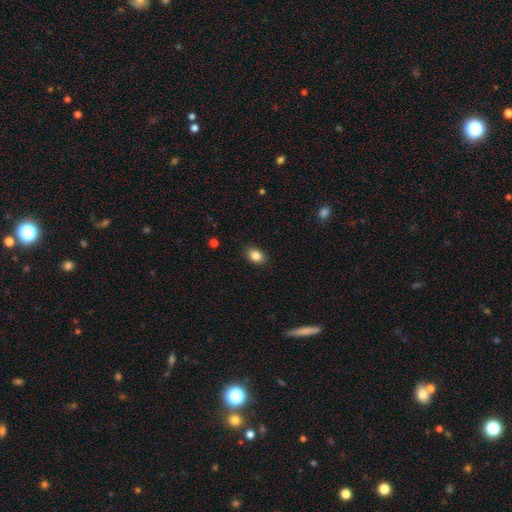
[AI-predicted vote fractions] smooth_or_featured: smooth (p=0.85) [alt: star or artifact p=0.09]
how_rounded: in between (p=0.77) [alt: round p=0.21]
merging: none (p=0.87) [alt: minor disturbance p=0.09]